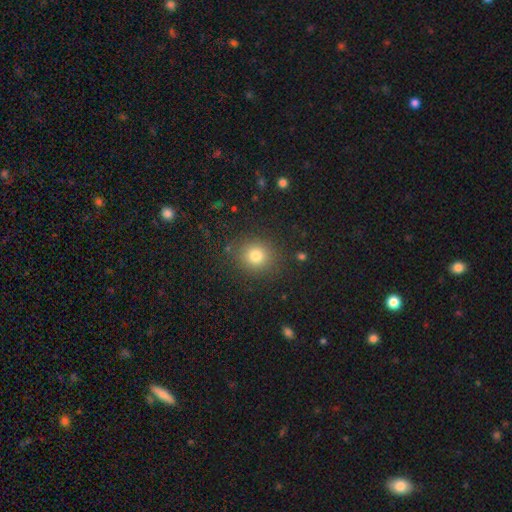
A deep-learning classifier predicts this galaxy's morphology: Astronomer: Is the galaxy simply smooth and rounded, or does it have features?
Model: smooth — 78%.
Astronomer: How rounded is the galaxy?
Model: round — 84%.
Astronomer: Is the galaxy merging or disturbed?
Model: none — 87%.